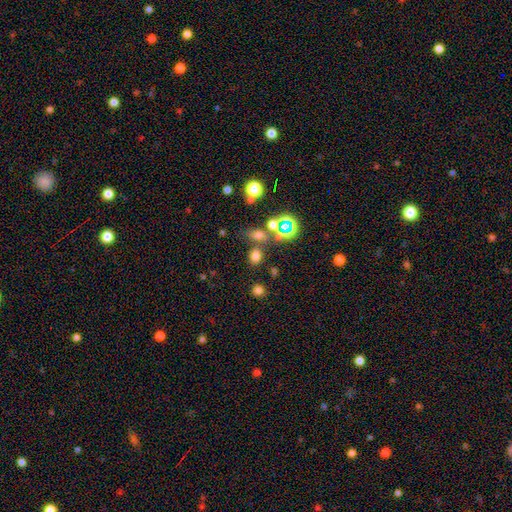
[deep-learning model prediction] smooth 68%, star or artifact 24%, featured or disk 8%. Down the decision tree: how rounded — in between (55%); merging — none (72%).